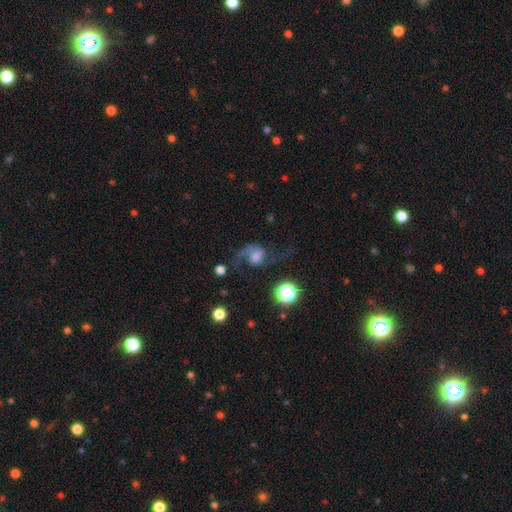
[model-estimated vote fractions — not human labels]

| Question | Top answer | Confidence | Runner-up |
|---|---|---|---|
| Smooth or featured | featured or disk | 72% | smooth (17%) |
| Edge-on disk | no | 97% | yes (3%) |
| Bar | no | 49% | weak (41%) |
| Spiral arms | yes | 93% | no (7%) |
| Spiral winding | loose | 70% | medium (26%) |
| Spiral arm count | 2 | 80% | 1 (14%) |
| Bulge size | moderate | 35% | small (24%) |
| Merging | none | 52% | major disturbance (27%) |